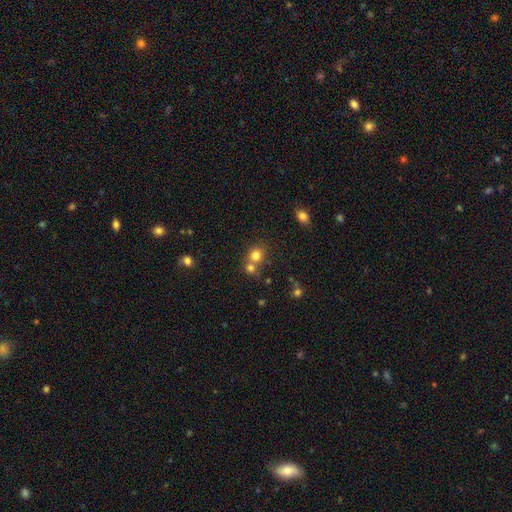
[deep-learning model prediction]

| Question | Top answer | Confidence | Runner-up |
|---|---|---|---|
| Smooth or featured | smooth | 78% | star or artifact (14%) |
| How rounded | round | 83% | in between (16%) |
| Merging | none | 50% | merger (40%) |